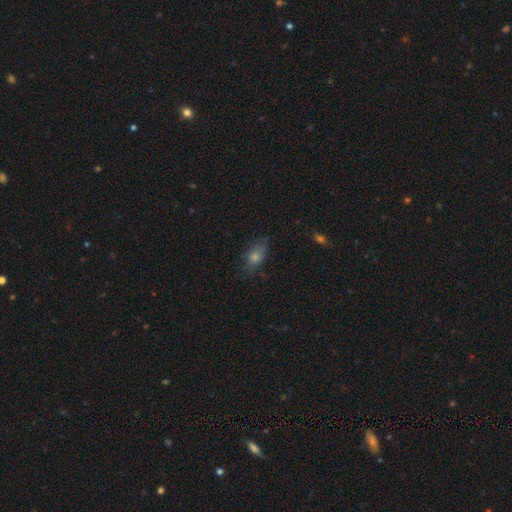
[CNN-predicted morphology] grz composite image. It shows a smooth galaxy with no disk features (62%) that is in between round and cigar-shaped (72%). Merging: none (70%).